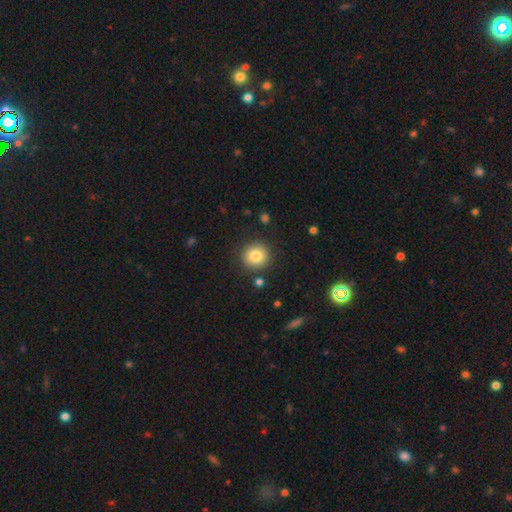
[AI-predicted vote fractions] This is clearly a smooth galaxy (83%). How rounded: clearly round (93%). Merging: clearly none (89%).